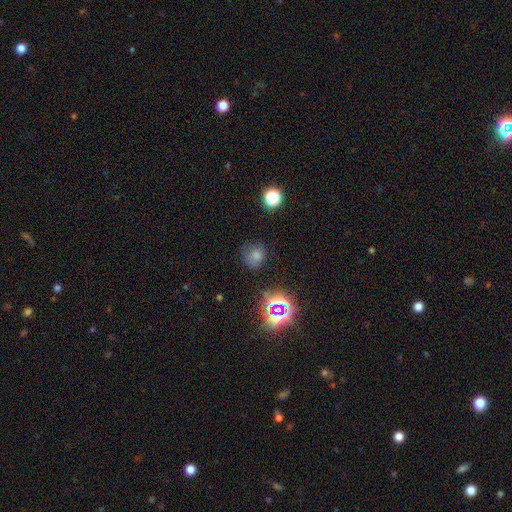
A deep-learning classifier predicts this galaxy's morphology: smooth-or-featured: smooth: 68% | star or artifact: 23% | featured or disk: 9%
  how-rounded: round: 74% | in between: 25% | cigar-shaped: 1%
  merging: none: 65% | minor disturbance: 23% | major disturbance: 10% | merger: 3%